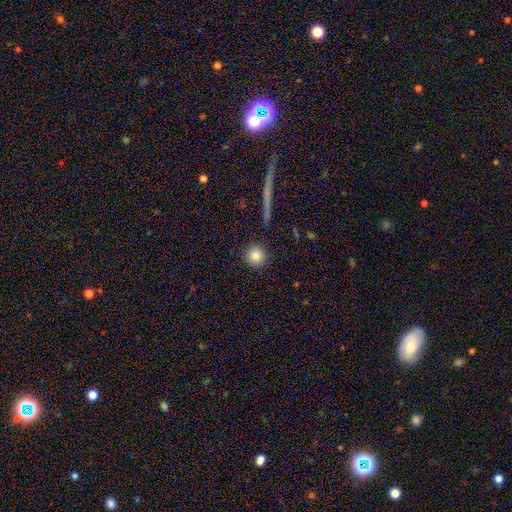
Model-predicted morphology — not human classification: A smooth galaxy with no disk features (85%) that is round (93%).

Vote fractions:
- Smooth or featured? smooth: 85% / star or artifact: 9% / featured or disk: 6%
- How rounded? round: 93% / in between: 5% / cigar-shaped: 1%
- Merging? none: 89% / minor disturbance: 7% / major disturbance: 2% / merger: 2%